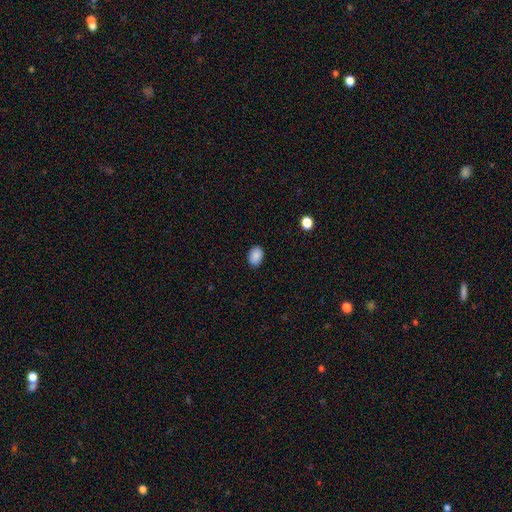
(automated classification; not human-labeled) The model was most divided on "how rounded": in between: 77%, round: 22%, cigar-shaped: 1%. More confident: smooth or featured — smooth (88%); merging — none (88%).